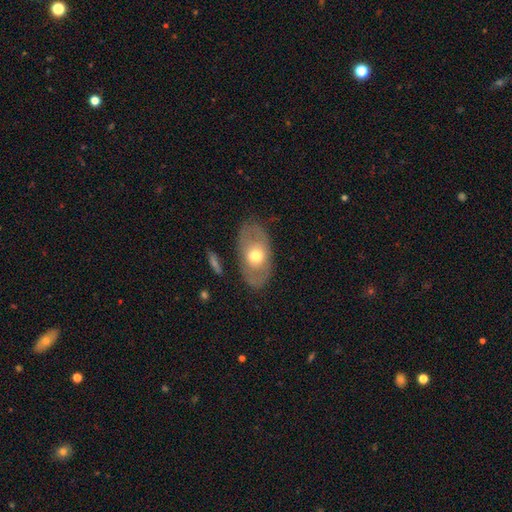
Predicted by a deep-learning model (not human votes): Q: Smooth or featured?
A: smooth (49%); runner-up: featured or disk (45%)
Q: Merging?
A: none (78%); runner-up: minor disturbance (15%)